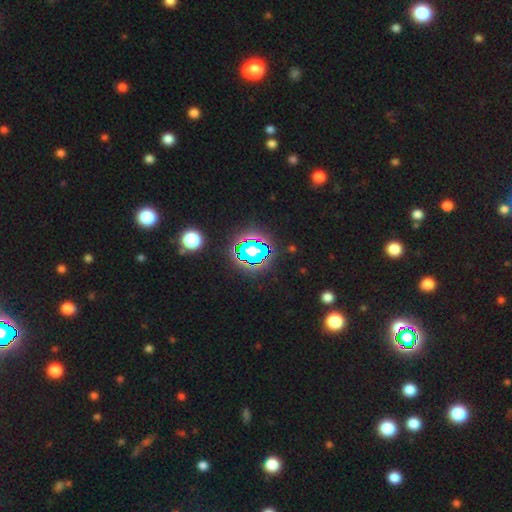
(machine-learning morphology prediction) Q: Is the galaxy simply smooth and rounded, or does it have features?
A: star or artifact — 72%.